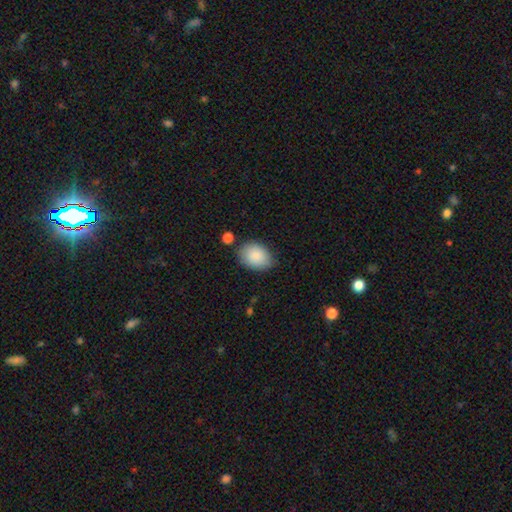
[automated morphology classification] smooth_or_featured: smooth (p=0.88) [alt: star or artifact p=0.07]
how_rounded: in between (p=0.75) [alt: round p=0.24]
merging: none (p=0.76) [alt: minor disturbance p=0.17]